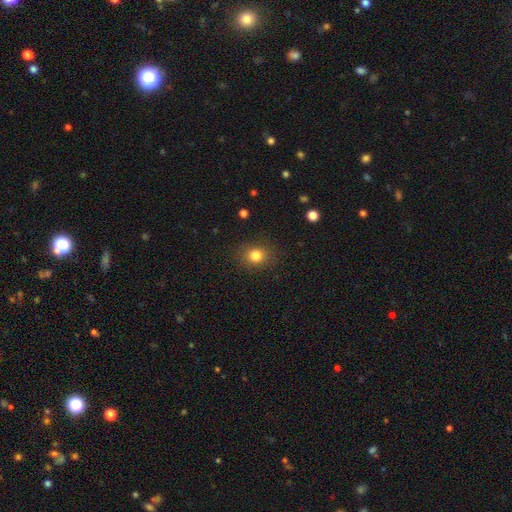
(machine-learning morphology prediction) Smooth or featured? smooth (82%)
How rounded? round (69%)
Merging? none (87%)